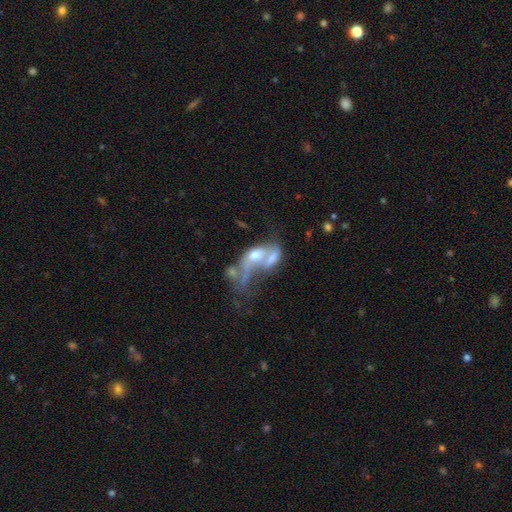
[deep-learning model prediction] Smooth or featured?
  - featured or disk: 58% *
  - smooth: 31%
  - star or artifact: 11%
Edge-on disk?
  - no: 92% *
  - yes: 8%
Bar?
  - no: 78% *
  - weak: 17%
  - strong: 6%
Spiral arms?
  - no: 72% *
  - yes: 28%
Bulge size?
  - moderate: 44% *
  - small: 20%
  - none: 18%
  - large: 15%
  - dominant: 3%
Merging?
  - merger: 60% *
  - major disturbance: 24%
  - none: 9%
  - minor disturbance: 6%